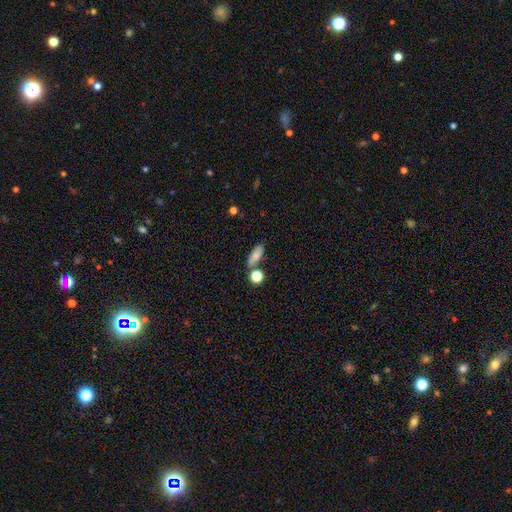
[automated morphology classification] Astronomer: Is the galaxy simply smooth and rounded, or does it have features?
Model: smooth — 72%.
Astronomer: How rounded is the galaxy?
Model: in between — 67%.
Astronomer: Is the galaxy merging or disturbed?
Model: none — 62%.